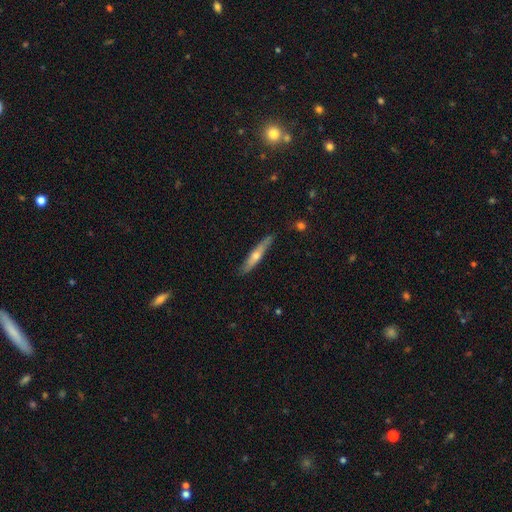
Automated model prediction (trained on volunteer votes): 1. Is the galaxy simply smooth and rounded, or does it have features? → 50% featured or disk, 44% smooth, 6% star or artifact.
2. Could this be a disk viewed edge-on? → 89% yes, 11% no.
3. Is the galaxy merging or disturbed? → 81% none, 15% minor disturbance, 2% major disturbance, 2% merger.